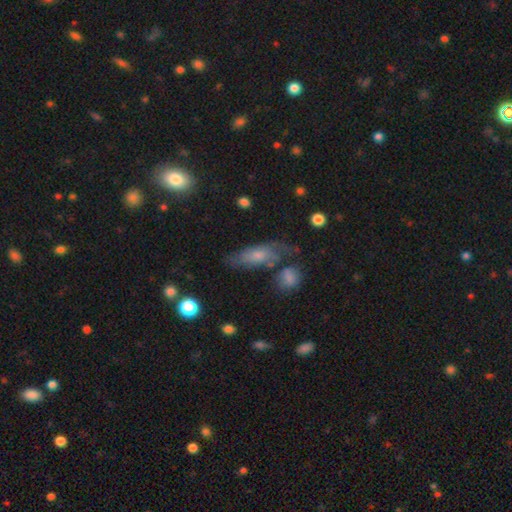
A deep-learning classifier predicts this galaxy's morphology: smooth_or_featured: smooth (p=0.45) [alt: featured or disk p=0.44]
merging: none (p=0.51) [alt: minor disturbance p=0.24]